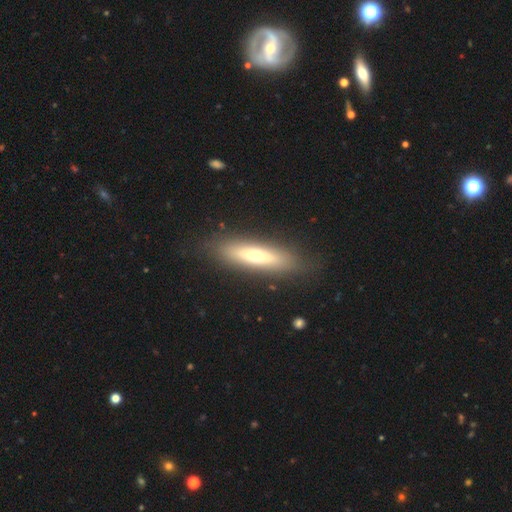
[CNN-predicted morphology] Smooth or featured: smooth — 50% (featured or disk — 43%)
Merging: none — 85% (minor disturbance — 10%)